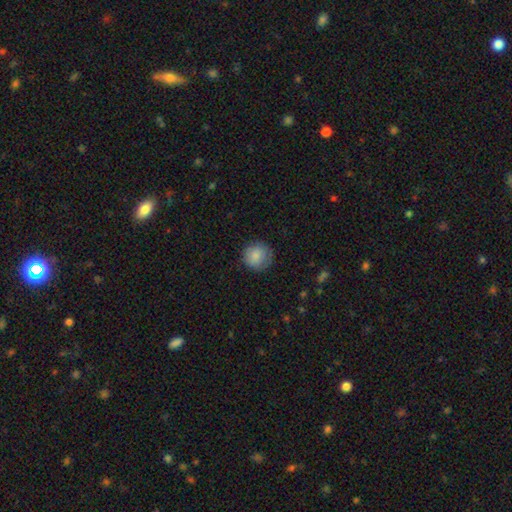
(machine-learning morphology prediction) A smooth galaxy with no disk features (85%) that is round (94%). Merging: none (83%).